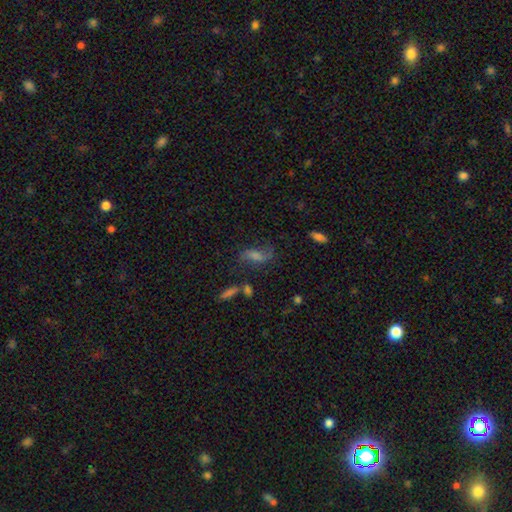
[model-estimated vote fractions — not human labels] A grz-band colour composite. It shows a featured or disk galaxy (49%). Merging: none (61%).